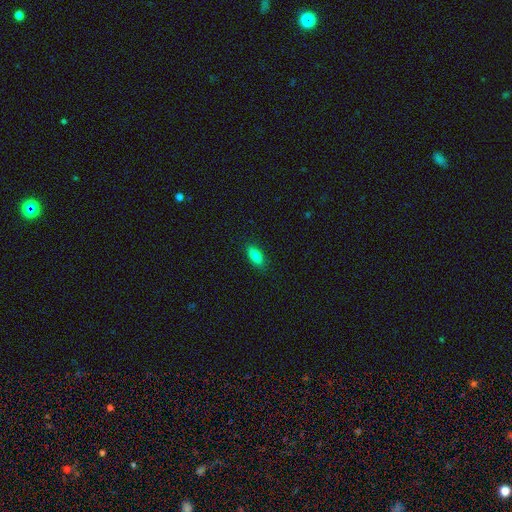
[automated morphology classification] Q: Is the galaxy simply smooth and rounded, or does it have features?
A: smooth — 82%.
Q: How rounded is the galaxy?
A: in between — 82%.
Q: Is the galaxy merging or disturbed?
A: none — 88%.